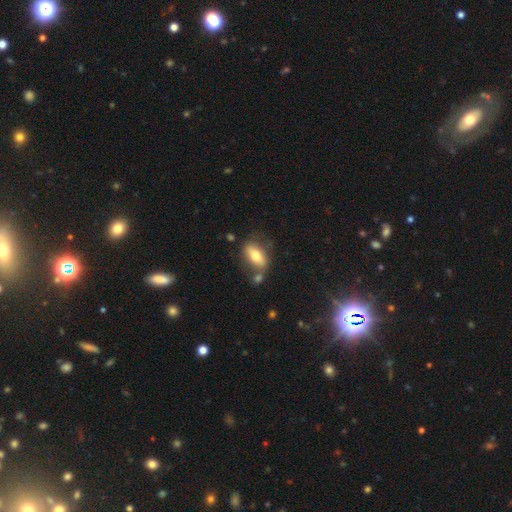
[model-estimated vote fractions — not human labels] The model was most divided on "smooth or featured": smooth: 64%, featured or disk: 30%, star or artifact: 7%. More confident: how rounded — in between (82%); merging — none (55%).